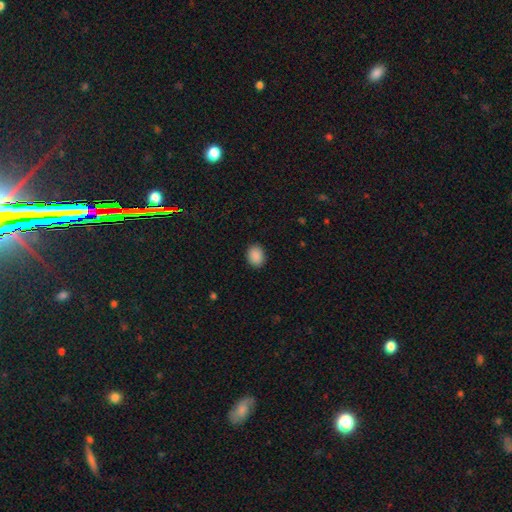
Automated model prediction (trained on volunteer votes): The model was most divided on "how rounded": in between: 60%, round: 39%, cigar-shaped: 1%. More confident: smooth or featured — smooth (90%); merging — none (89%).